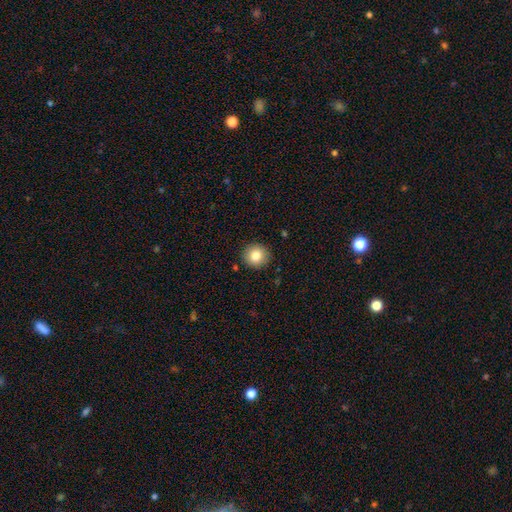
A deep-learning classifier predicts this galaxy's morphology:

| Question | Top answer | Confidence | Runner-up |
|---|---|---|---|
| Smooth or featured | smooth | 83% | star or artifact (9%) |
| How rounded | round | 91% | in between (8%) |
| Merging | none | 90% | minor disturbance (7%) |